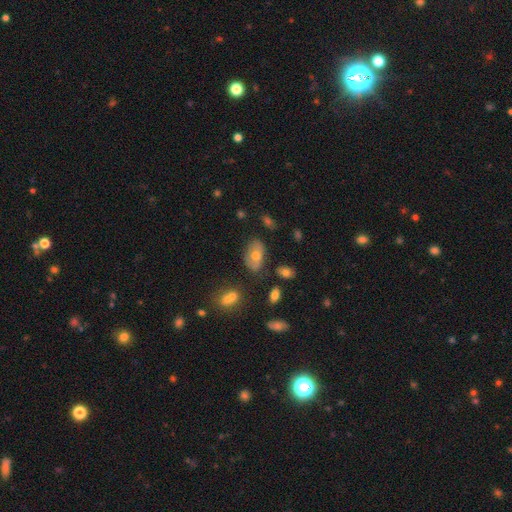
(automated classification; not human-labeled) Smooth or featured?
  - smooth: 56% *
  - featured or disk: 34%
  - star or artifact: 10%
How rounded?
  - in between: 88% *
  - round: 11%
  - cigar-shaped: 2%
Merging?
  - none: 71% *
  - minor disturbance: 19%
  - major disturbance: 6%
  - merger: 5%